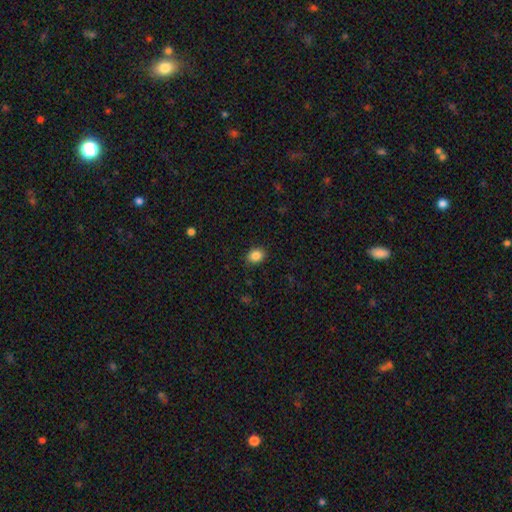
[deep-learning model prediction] Smooth or featured? Predicted: smooth (p=0.86). How rounded? Predicted: in between (p=0.52). Merging? Predicted: none (p=0.87).